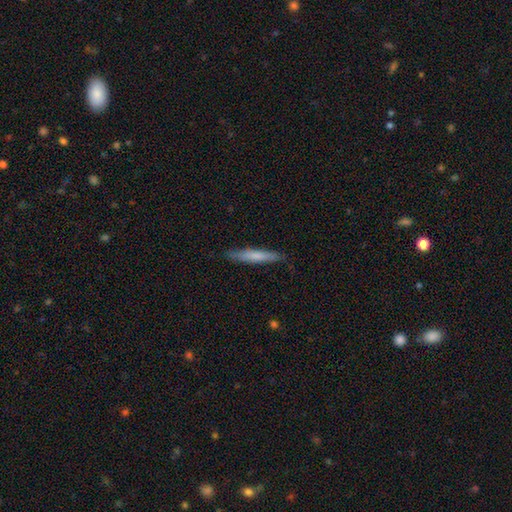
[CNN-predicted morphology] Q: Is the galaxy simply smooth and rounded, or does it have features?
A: smooth — 69%.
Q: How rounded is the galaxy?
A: cigar-shaped — 93%.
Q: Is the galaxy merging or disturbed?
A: none — 86%.